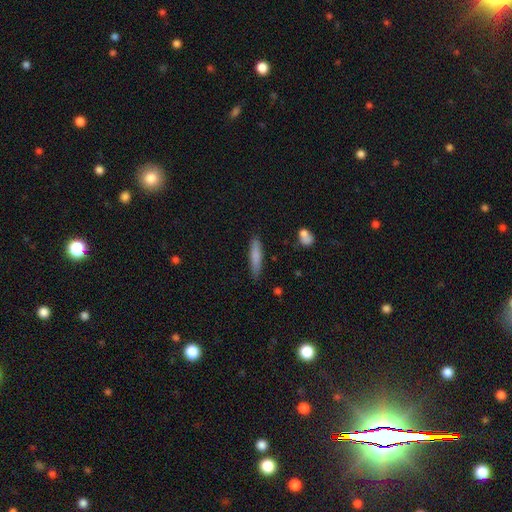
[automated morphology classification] Q: Smooth or featured?
A: smooth (77%); runner-up: featured or disk (16%)
Q: How rounded?
A: cigar-shaped (86%); runner-up: in between (12%)
Q: Merging?
A: none (82%); runner-up: minor disturbance (14%)